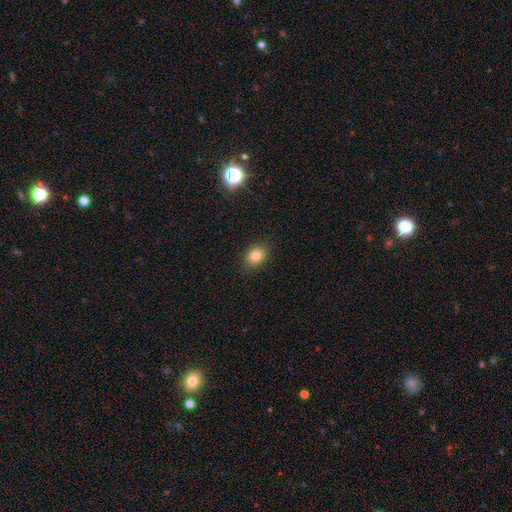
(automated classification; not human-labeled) Smooth or featured? Predicted: smooth (p=0.82). How rounded? Predicted: in between (p=0.59). Merging? Predicted: none (p=0.88).